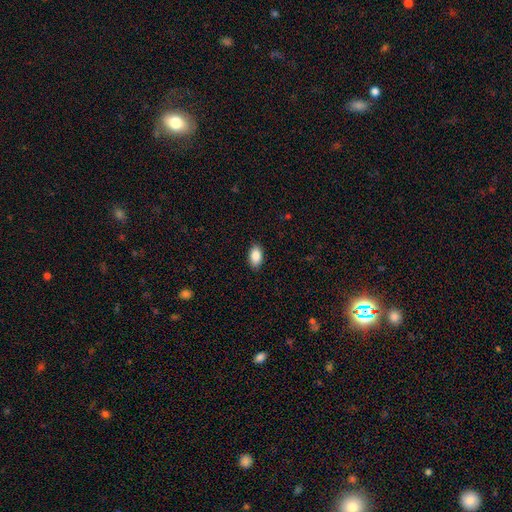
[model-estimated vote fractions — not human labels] Overall: smooth (88%). How rounded: in between (93%). Merging: none (89%).